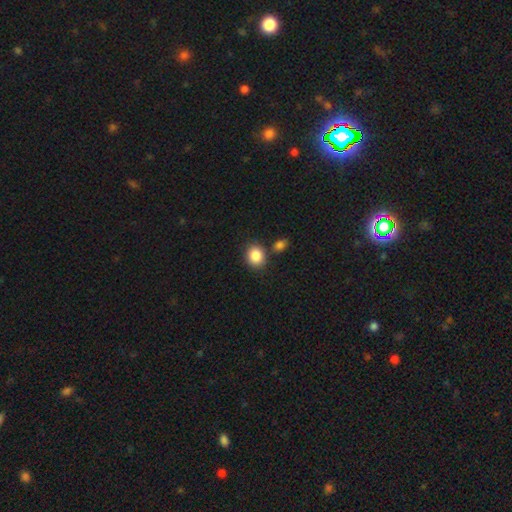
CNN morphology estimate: smooth-or-featured: smooth: 86% | star or artifact: 9% | featured or disk: 5%
  how-rounded: round: 71% | in between: 28% | cigar-shaped: 1%
  merging: none: 75% | merger: 12% | minor disturbance: 10% | major disturbance: 3%